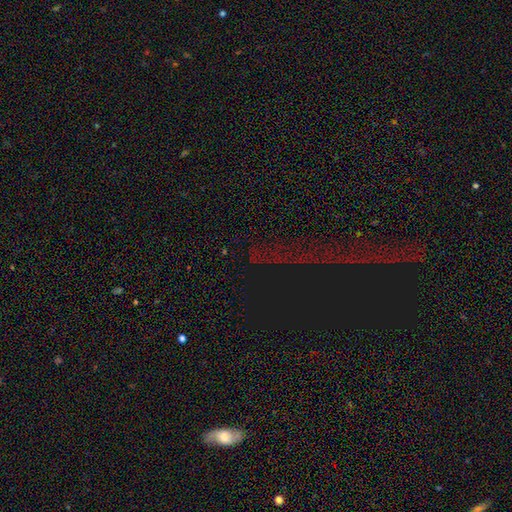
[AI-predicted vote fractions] Smooth or featured? Predicted: star or artifact (p=0.79).